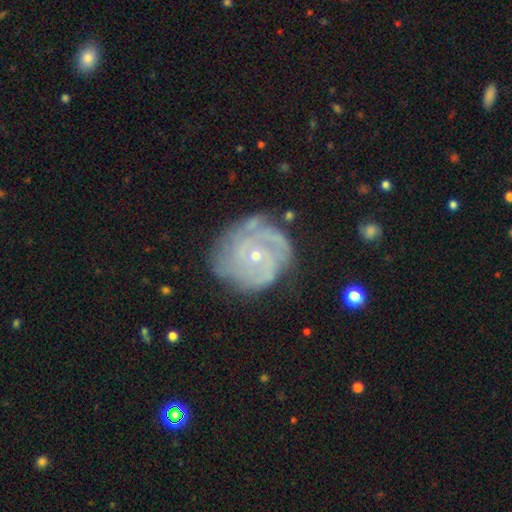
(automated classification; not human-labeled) Morphology: type=featured or disk (83%); edge-on=no (98%); bar=no (76%); spiral arms=yes (94%); winding=tight (68%); arm count=can't tell (28%, tied with 3); bulge=small (77%); merging=none (69%).